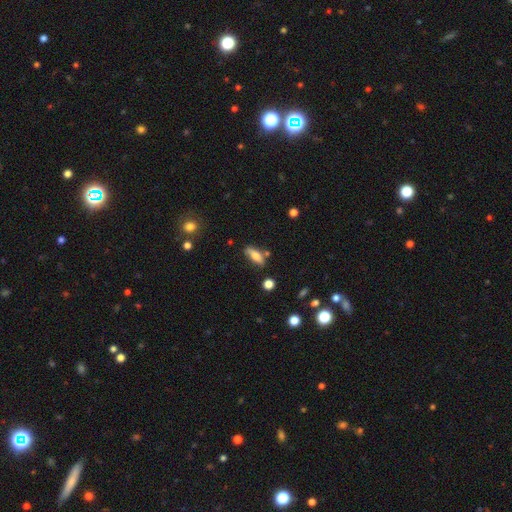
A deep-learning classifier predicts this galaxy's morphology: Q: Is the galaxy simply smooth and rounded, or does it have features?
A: smooth — 64%.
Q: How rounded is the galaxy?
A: in between — 58%.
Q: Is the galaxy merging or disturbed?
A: none — 75%.